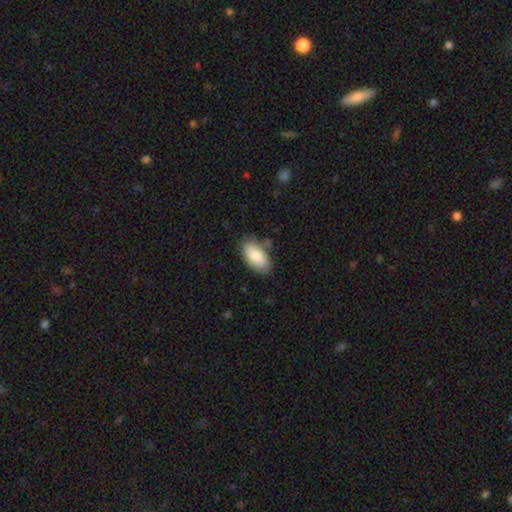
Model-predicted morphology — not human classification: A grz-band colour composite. It shows a smooth galaxy with no disk features (84%) that is in between round and cigar-shaped (94%). Merging: none (78%).